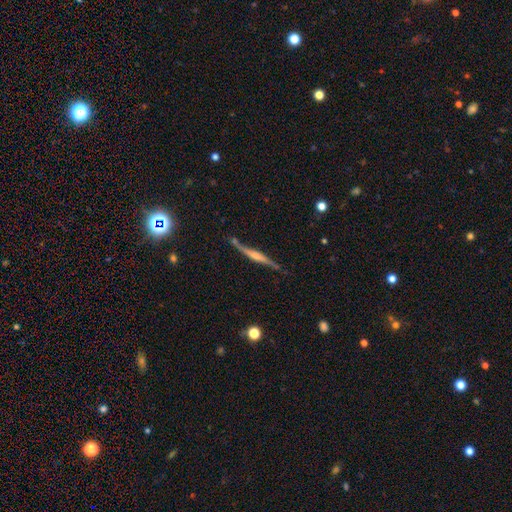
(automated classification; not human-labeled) Smooth or featured? featured or disk (70%)
Edge-on disk? yes (92%)
Edge-on bulge? rounded (53%)
Merging? none (68%)